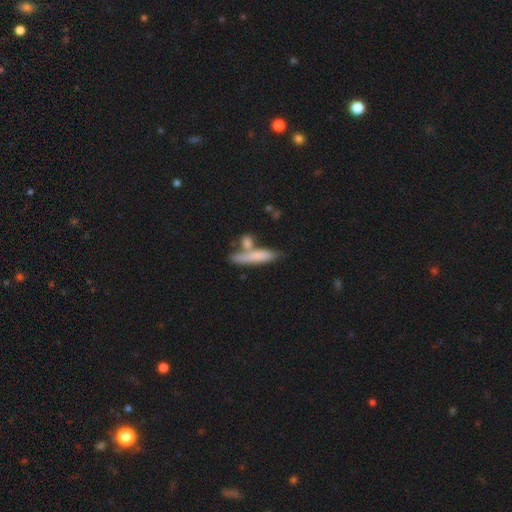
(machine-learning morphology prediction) This is likely a smooth galaxy (72%). How rounded: likely cigar-shaped (79%). Merging: possibly none (54%).